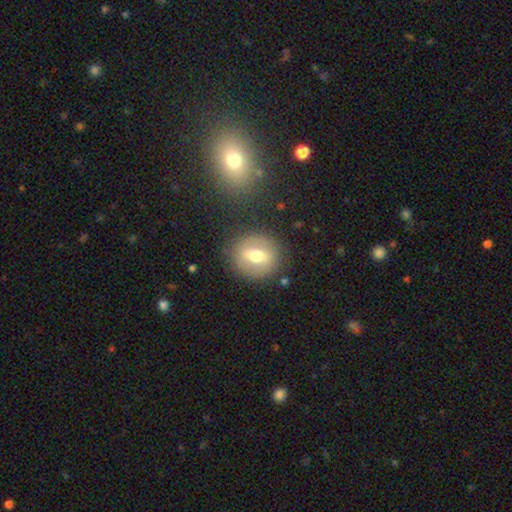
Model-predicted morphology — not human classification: This appears to be a smooth galaxy with no disk features (48%). Merging: none (83%).